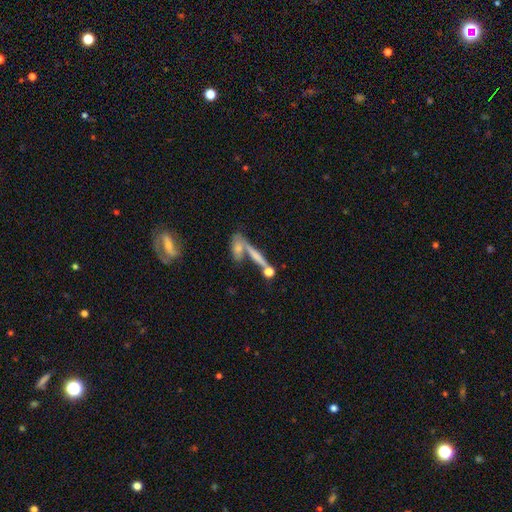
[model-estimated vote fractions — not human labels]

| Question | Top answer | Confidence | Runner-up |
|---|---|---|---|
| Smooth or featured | featured or disk | 44% | smooth (40%) |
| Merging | none | 43% | merger (38%) |